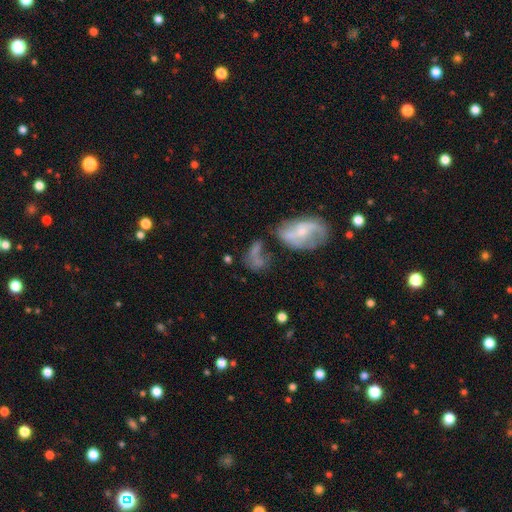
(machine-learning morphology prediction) smooth-or-featured: smooth: 49% | featured or disk: 37% | star or artifact: 14%
  merging: merger: 36% | none: 27% | major disturbance: 20% | minor disturbance: 16%